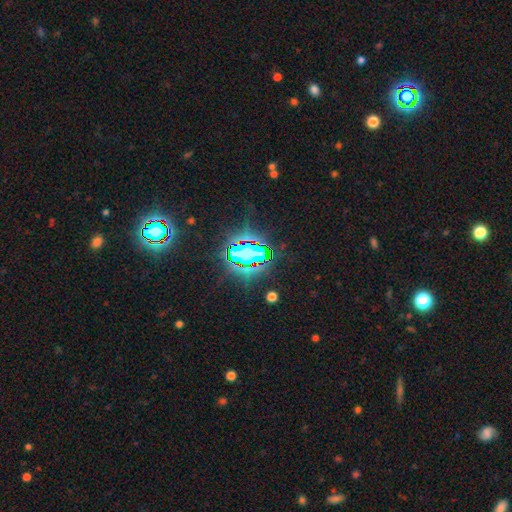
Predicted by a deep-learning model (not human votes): Q: Smooth or featured?
A: star or artifact (79%); runner-up: smooth (12%)